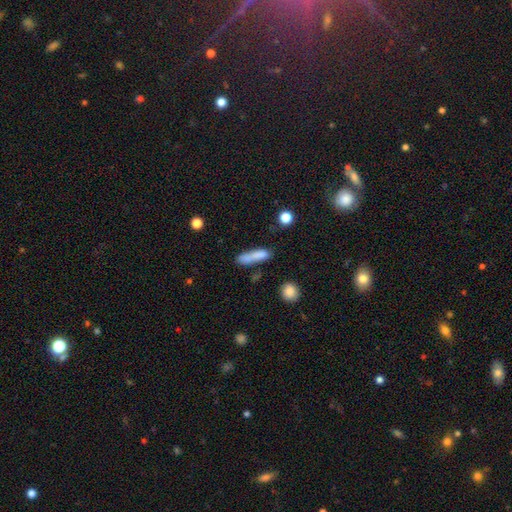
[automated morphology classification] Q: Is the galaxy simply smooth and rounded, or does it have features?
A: smooth — 76%.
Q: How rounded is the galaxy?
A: cigar-shaped — 73%.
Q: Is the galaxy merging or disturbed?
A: none — 53%.